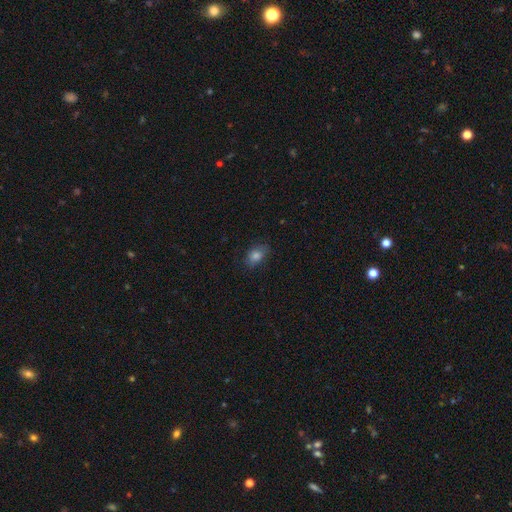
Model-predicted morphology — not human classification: type=smooth (79%); roundness=in between (79%); merging=none (79%).